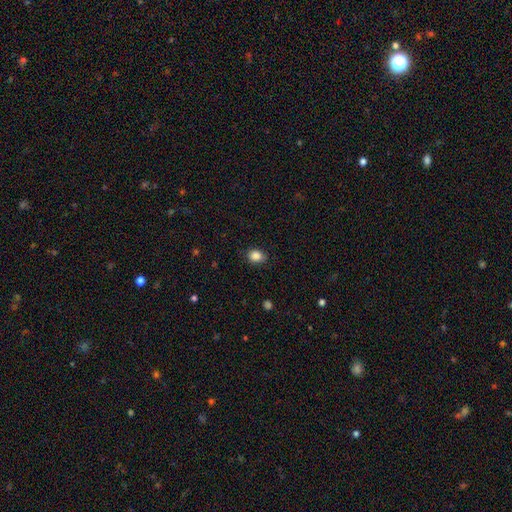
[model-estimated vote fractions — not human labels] smooth-or-featured: smooth: 86% | star or artifact: 10% | featured or disk: 4%
  how-rounded: in between: 50% | round: 49% | cigar-shaped: 1%
  merging: none: 84% | minor disturbance: 13% | major disturbance: 3% | merger: 1%